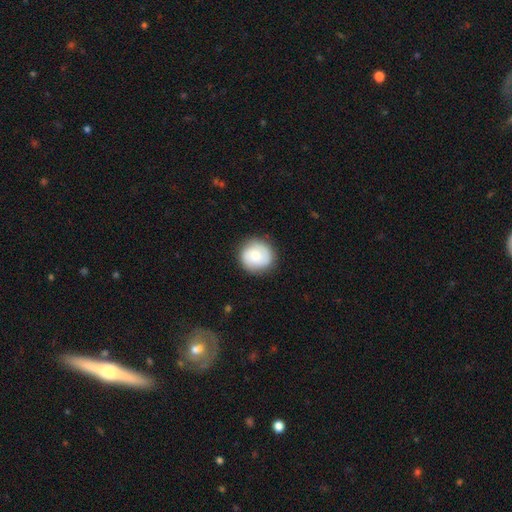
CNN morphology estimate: Smooth or featured? Predicted: smooth (p=0.59). How rounded? Predicted: round (p=0.91). Merging? Predicted: none (p=0.86).